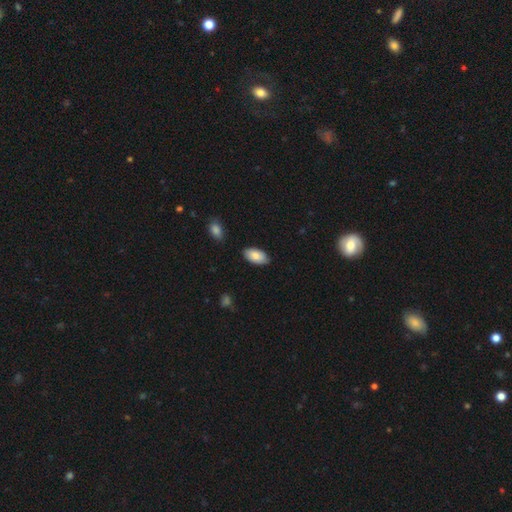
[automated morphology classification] Smooth or featured: smooth — 84% (featured or disk — 10%)
How rounded: in between — 95% (cigar-shaped — 2%)
Merging: none — 83% (minor disturbance — 13%)